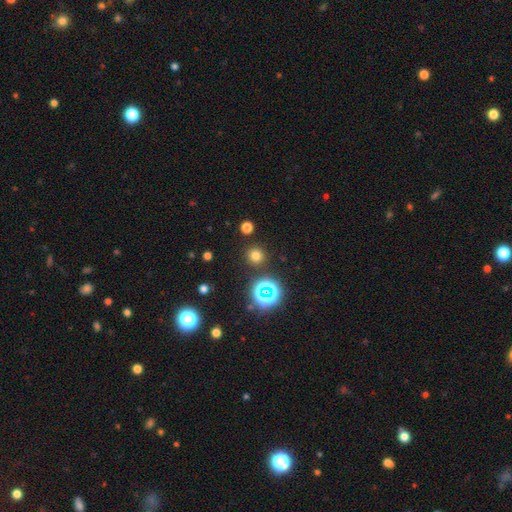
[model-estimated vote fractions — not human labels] The model was most divided on "smooth or featured": smooth: 71%, star or artifact: 23%, featured or disk: 6%. More confident: how rounded — round (94%); merging — none (89%).